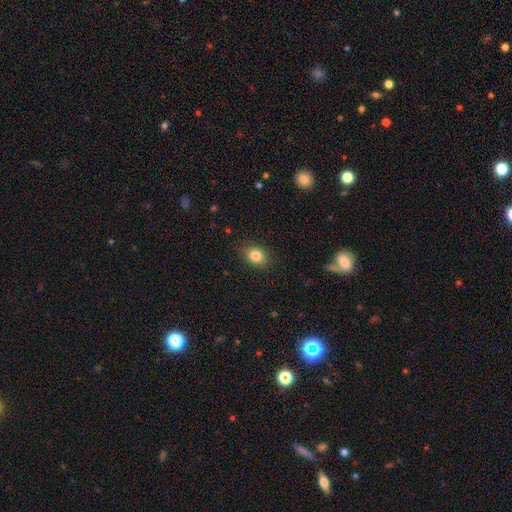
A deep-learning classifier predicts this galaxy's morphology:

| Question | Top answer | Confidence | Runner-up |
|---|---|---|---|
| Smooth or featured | smooth | 83% | star or artifact (10%) |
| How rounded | in between | 61% | round (38%) |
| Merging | none | 86% | minor disturbance (10%) |